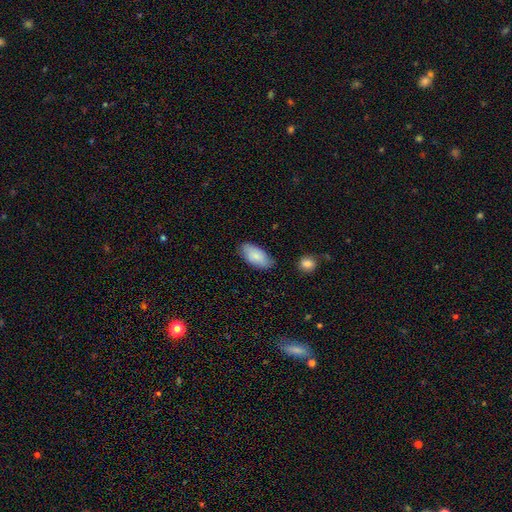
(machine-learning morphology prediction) This is clearly a smooth galaxy (84%). How rounded: clearly in between (93%). Merging: likely none (78%).